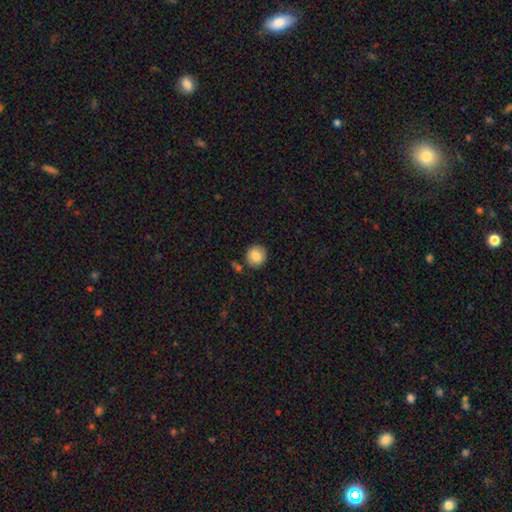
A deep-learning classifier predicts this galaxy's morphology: This appears to be a smooth galaxy with no disk features (85%) that is round (92%). Merging: none (86%).